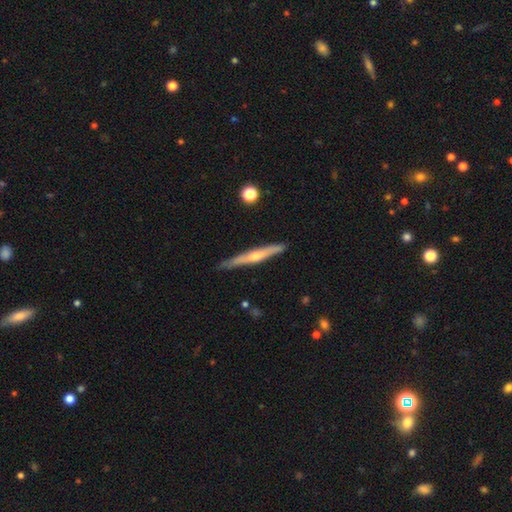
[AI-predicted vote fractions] smooth-or-featured: featured or disk: 72% | smooth: 22% | star or artifact: 6%
  disk-edge-on: yes: 97% | no: 3%
    edge-on-bulge: rounded: 84% | none: 12% | boxy: 4%
  merging: none: 88% | minor disturbance: 9% | major disturbance: 2% | merger: 1%